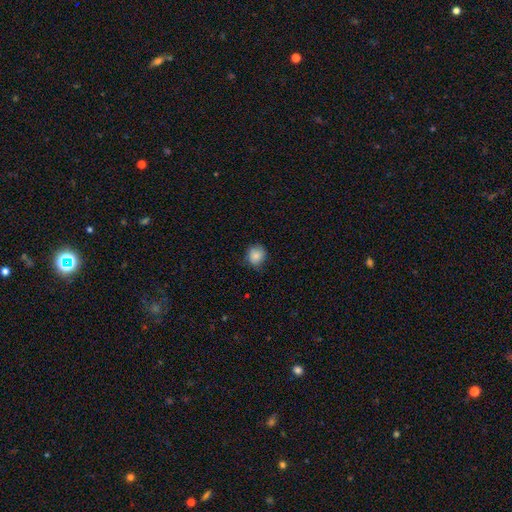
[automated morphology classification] This appears to be a smooth galaxy with no disk features (84%) that is round (81%). Merging: none (72%).